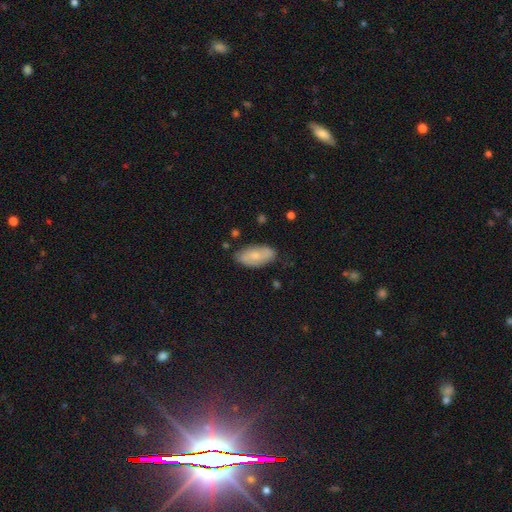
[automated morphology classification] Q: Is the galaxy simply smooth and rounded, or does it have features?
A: smooth — 62%.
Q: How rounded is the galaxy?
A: in between — 91%.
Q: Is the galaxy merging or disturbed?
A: none — 78%.